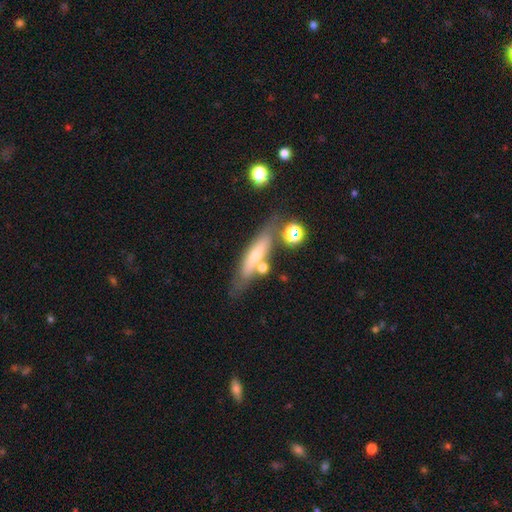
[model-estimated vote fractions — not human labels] A smooth galaxy with no disk features (50%). Merging: none (66%).